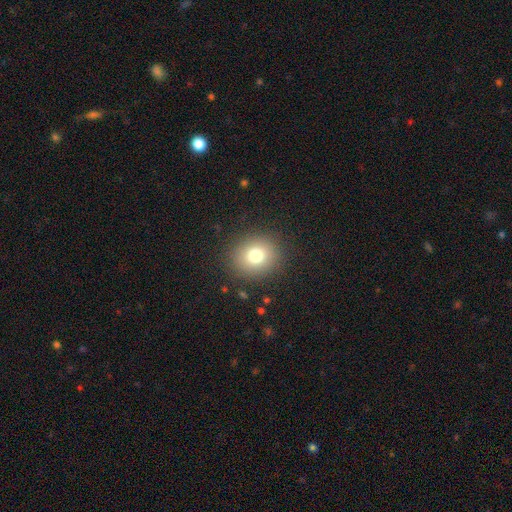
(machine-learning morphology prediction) A smooth galaxy with no disk features (77%) that is round (79%). Merging: none (88%).